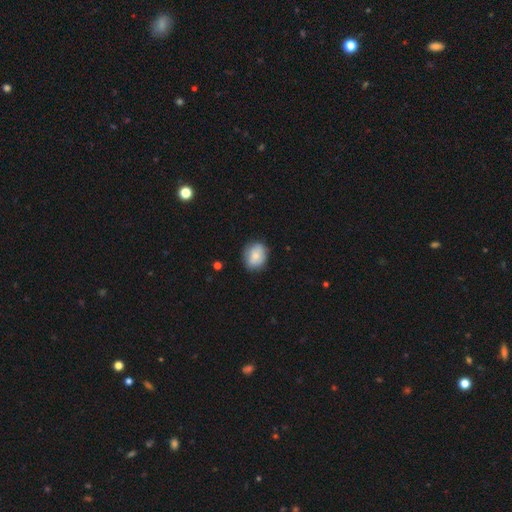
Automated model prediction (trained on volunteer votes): smooth_or_featured: smooth (p=0.72) [alt: featured or disk p=0.20]
how_rounded: round (p=0.56) [alt: in between p=0.43]
merging: none (p=0.77) [alt: minor disturbance p=0.17]